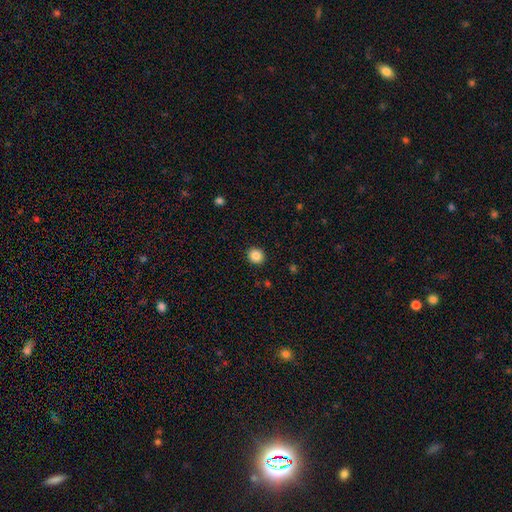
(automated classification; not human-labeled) A smooth galaxy with no disk features (87%) that is round (82%).

Vote fractions:
- Smooth or featured? smooth: 87% / star or artifact: 10% / featured or disk: 3%
- How rounded? round: 82% / in between: 17% / cigar-shaped: 1%
- Merging? none: 92% / minor disturbance: 6% / major disturbance: 2% / merger: 1%